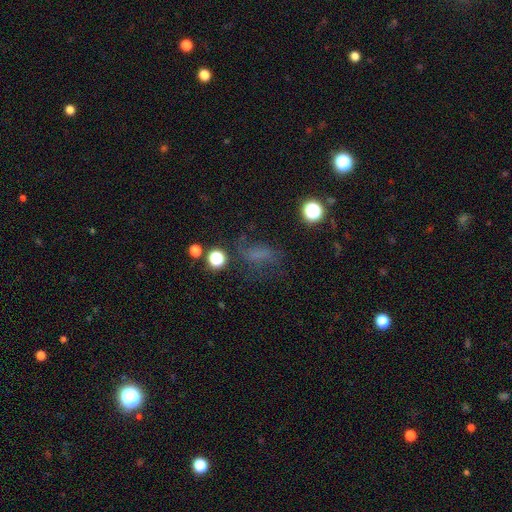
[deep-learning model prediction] Smooth or featured? Predicted: smooth (p=0.43). Merging? Predicted: none (p=0.52).